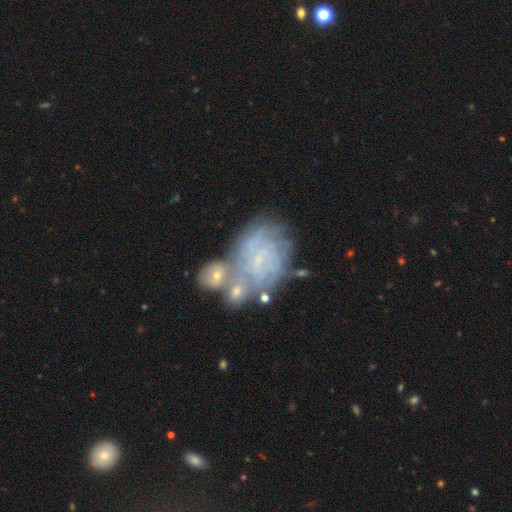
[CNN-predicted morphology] A featured or disk galaxy (68%) with no bar (67%), spiral arms (69%) and a small central bulge (53%). Merging: merger (45%).